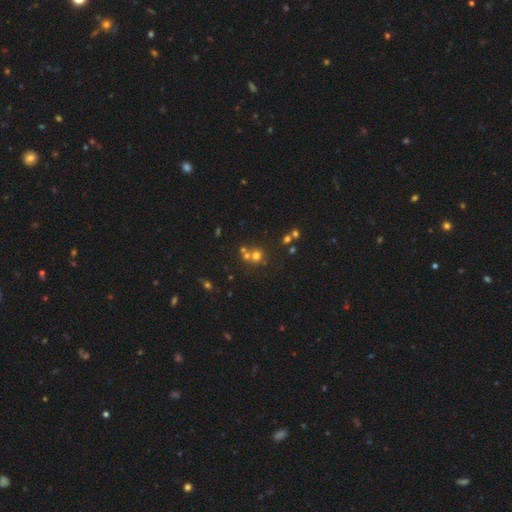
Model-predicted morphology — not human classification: type=smooth (57%); roundness=round (88%); merging=none (57%).